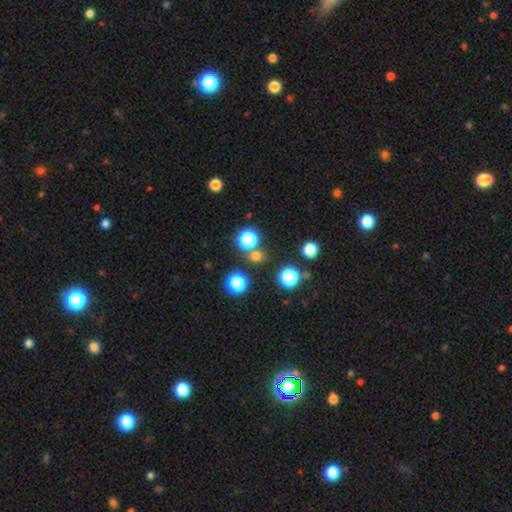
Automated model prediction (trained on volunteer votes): Q: Smooth or featured?
A: smooth (63%); runner-up: star or artifact (31%)
Q: How rounded?
A: round (83%); runner-up: in between (15%)
Q: Merging?
A: none (75%); runner-up: merger (14%)